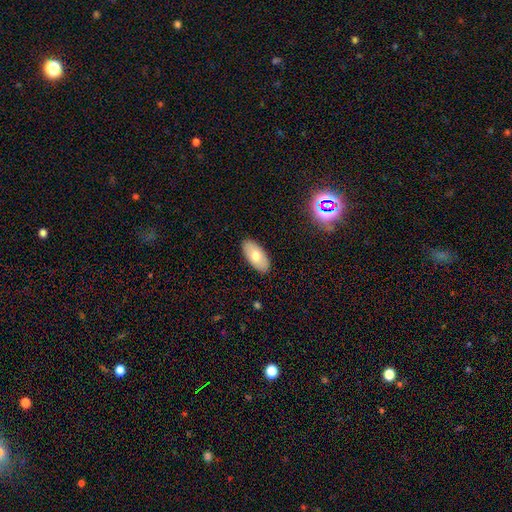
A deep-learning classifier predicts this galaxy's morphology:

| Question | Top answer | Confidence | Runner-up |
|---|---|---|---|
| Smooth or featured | smooth | 72% | featured or disk (21%) |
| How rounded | in between | 93% | cigar-shaped (5%) |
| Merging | none | 89% | minor disturbance (8%) |